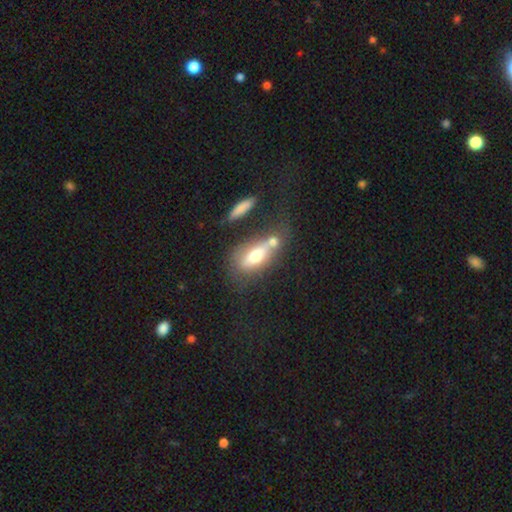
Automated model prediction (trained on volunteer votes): Morphology: type=smooth (61%); roundness=in between (72%); merging=merger (42%).